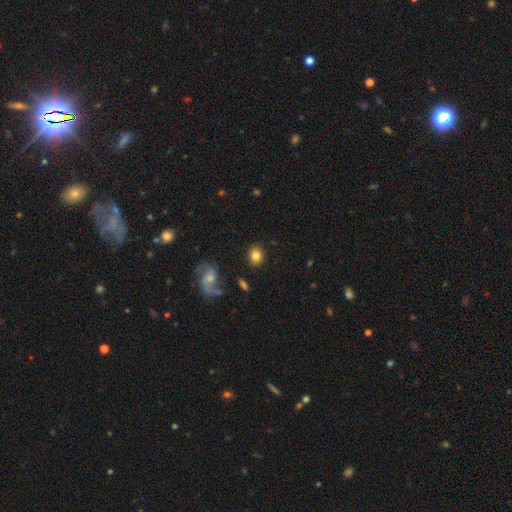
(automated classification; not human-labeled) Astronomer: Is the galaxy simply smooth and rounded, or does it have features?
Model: smooth — 79%.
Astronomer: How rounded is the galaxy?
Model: round — 70%.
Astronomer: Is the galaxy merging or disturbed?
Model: none — 86%.